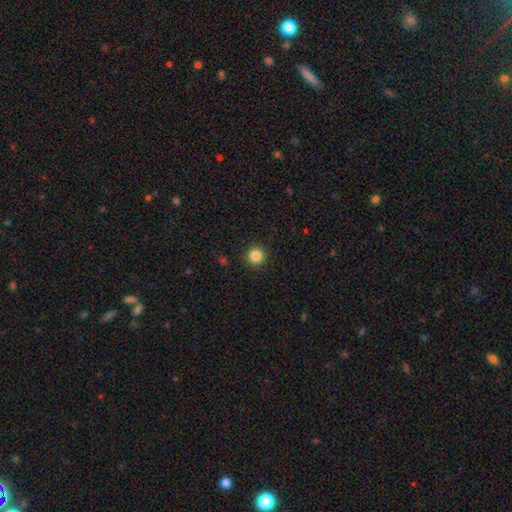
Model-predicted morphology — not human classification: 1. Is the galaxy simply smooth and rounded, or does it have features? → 85% smooth, 11% star or artifact, 4% featured or disk.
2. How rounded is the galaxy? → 94% round, 5% in between, 1% cigar-shaped.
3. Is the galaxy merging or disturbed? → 92% none, 5% minor disturbance, 2% major disturbance, 1% merger.